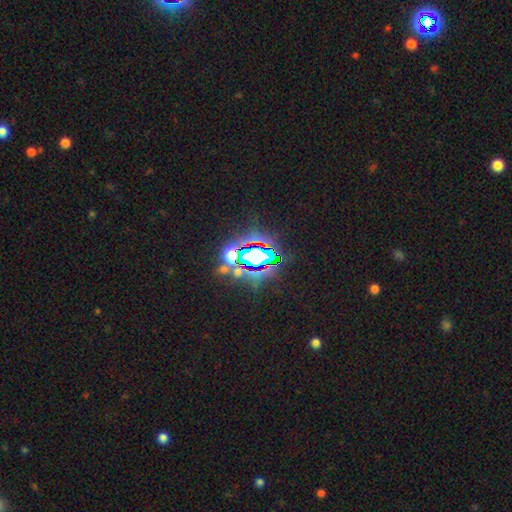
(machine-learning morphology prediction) A star or artifact, not a galaxy (75%).